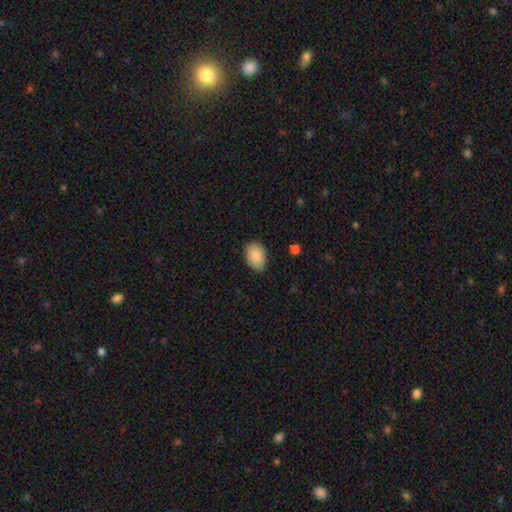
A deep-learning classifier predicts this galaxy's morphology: smooth_or_featured: smooth (p=0.88) [alt: star or artifact p=0.07]
how_rounded: in between (p=0.86) [alt: round p=0.13]
merging: none (p=0.86) [alt: minor disturbance p=0.11]